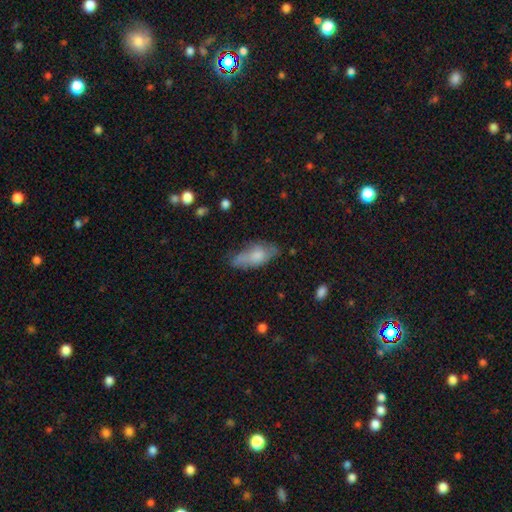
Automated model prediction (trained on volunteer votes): A smooth galaxy with no disk features (67%) that is in between round and cigar-shaped (78%). Merging: none (54%).